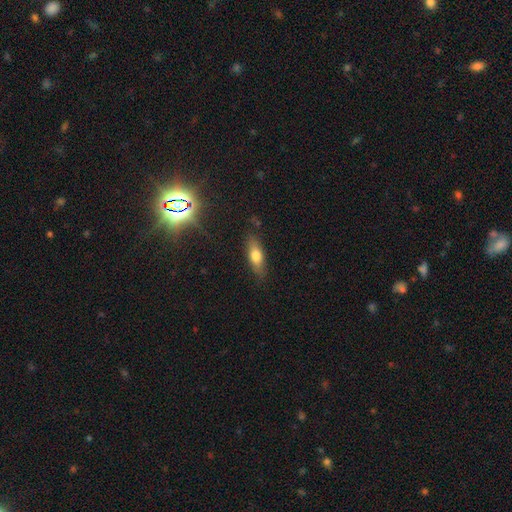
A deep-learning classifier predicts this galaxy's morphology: Q: Smooth or featured?
A: smooth (68%); runner-up: featured or disk (24%)
Q: How rounded?
A: in between (60%); runner-up: cigar-shaped (36%)
Q: Merging?
A: none (82%); runner-up: minor disturbance (13%)